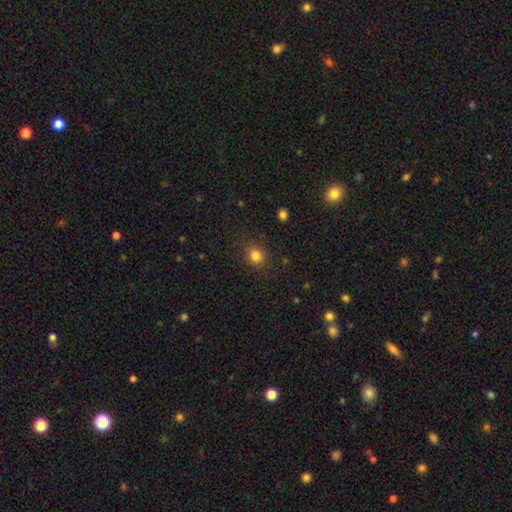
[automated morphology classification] Smooth or featured? smooth (83%)
How rounded? round (79%)
Merging? none (85%)